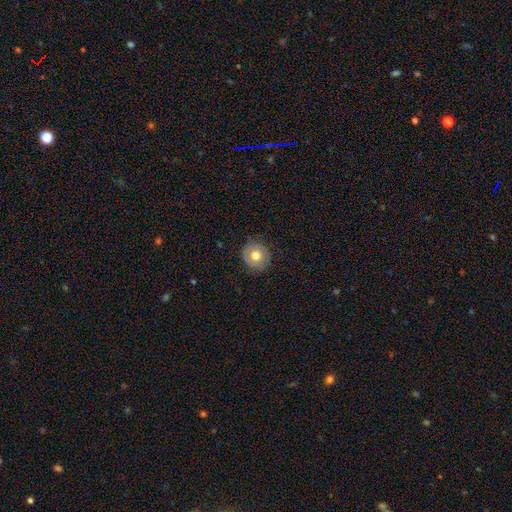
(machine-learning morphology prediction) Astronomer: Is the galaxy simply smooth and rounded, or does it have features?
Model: smooth — 68%.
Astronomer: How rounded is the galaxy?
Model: round — 89%.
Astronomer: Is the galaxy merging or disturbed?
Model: none — 85%.